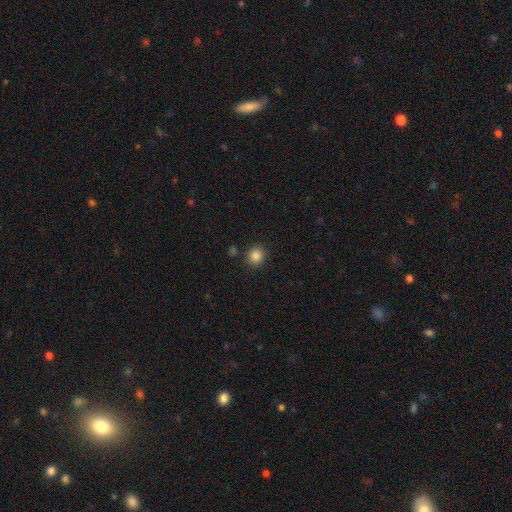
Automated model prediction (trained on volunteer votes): Overall: smooth (85%). How rounded: round (88%). Merging: none (87%).